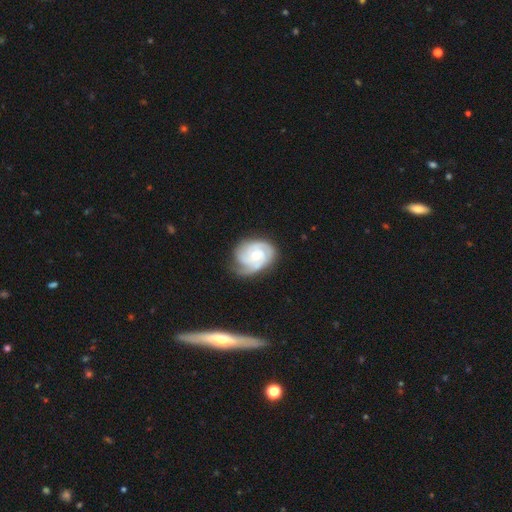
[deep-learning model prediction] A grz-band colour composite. It shows a featured or disk galaxy (82%) with no bar (72%), 3 (41%) tight (61%) spiral arms (96%) and a moderate central bulge (52%). Merging: none (62%).